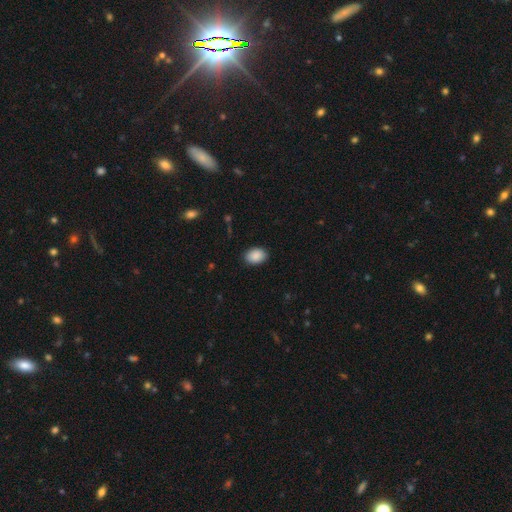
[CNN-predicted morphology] smooth-or-featured: smooth: 90% | star or artifact: 7% | featured or disk: 3%
  how-rounded: in between: 81% | round: 18% | cigar-shaped: 1%
  merging: none: 89% | minor disturbance: 8% | major disturbance: 2% | merger: 1%